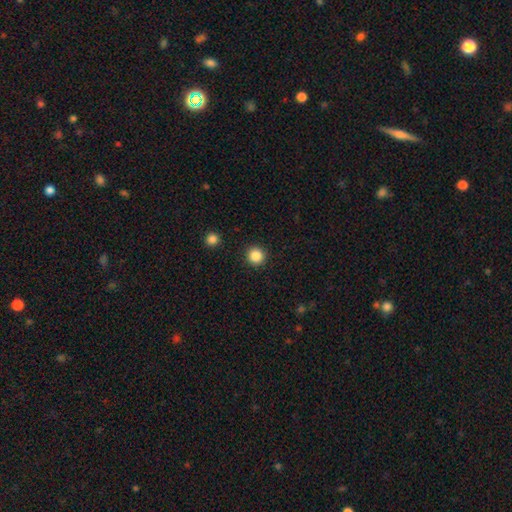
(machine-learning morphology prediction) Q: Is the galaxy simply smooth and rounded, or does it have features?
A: smooth — 86%.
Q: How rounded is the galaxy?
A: round — 95%.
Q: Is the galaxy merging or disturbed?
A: none — 92%.